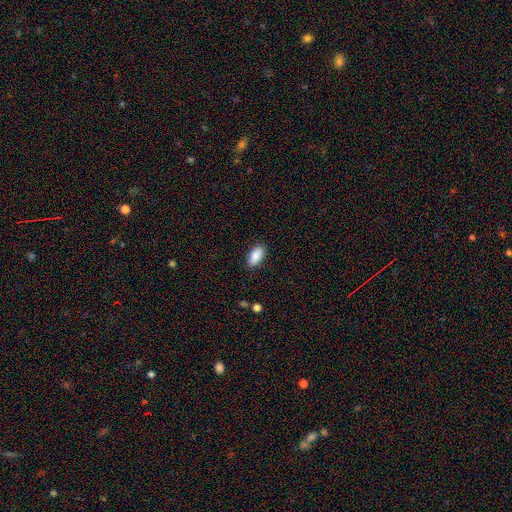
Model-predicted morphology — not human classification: This is clearly a smooth galaxy (89%). How rounded: clearly in between (93%). Merging: clearly none (86%).